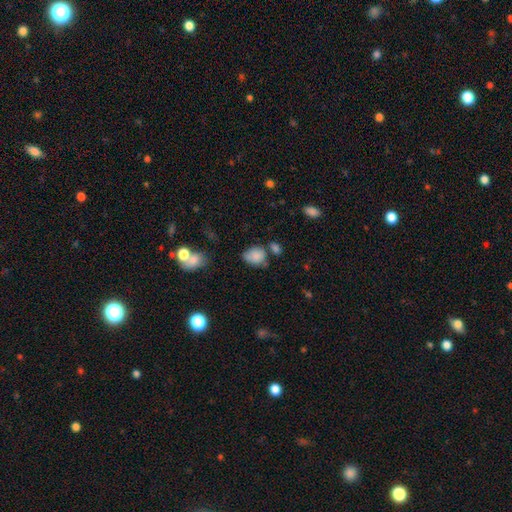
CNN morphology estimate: Overall: smooth (80%). How rounded: round (51%; in between 48%). Merging: none (48%; minor disturbance 28%).